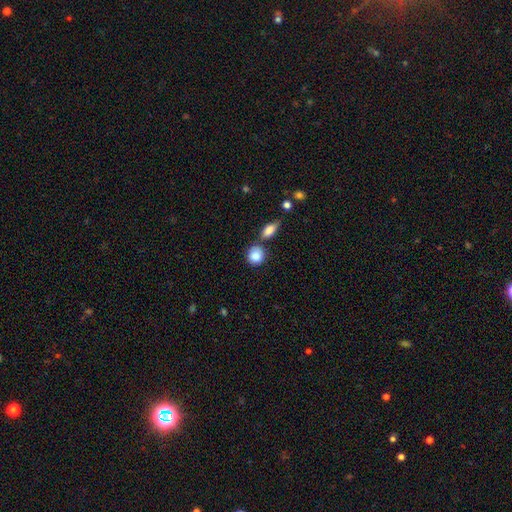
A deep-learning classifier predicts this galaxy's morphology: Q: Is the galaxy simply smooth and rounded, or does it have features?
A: smooth — 86%.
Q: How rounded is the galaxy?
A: round — 77%.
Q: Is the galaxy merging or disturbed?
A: none — 65%.